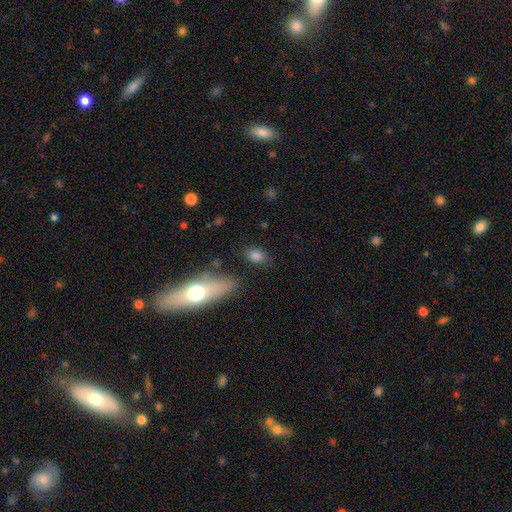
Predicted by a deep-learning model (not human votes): The model was most divided on "how rounded": in between: 75%, round: 21%, cigar-shaped: 3%. More confident: smooth or featured — smooth (81%); merging — none (78%).